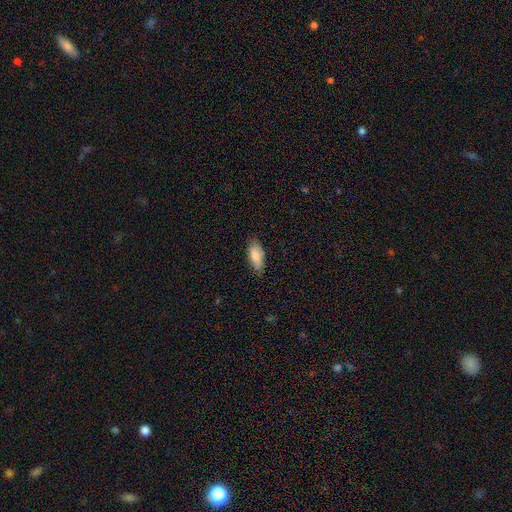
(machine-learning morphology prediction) The model was most divided on "merging": none: 76%, minor disturbance: 20%, major disturbance: 3%, merger: 1%. More confident: how rounded — in between (86%); smooth or featured — smooth (84%).